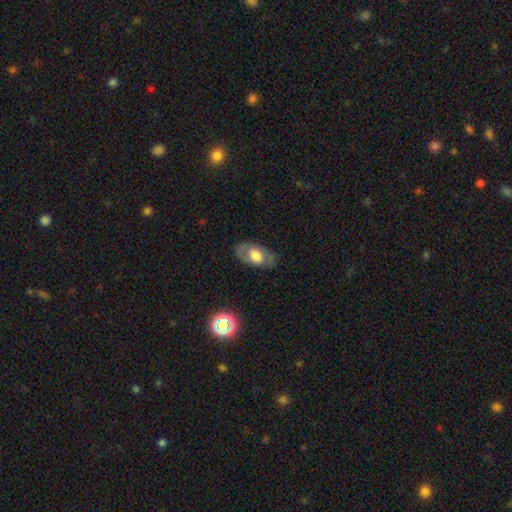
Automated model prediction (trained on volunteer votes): This is possibly a smooth galaxy (51%). How rounded: clearly in between (88%). Merging: likely none (75%).